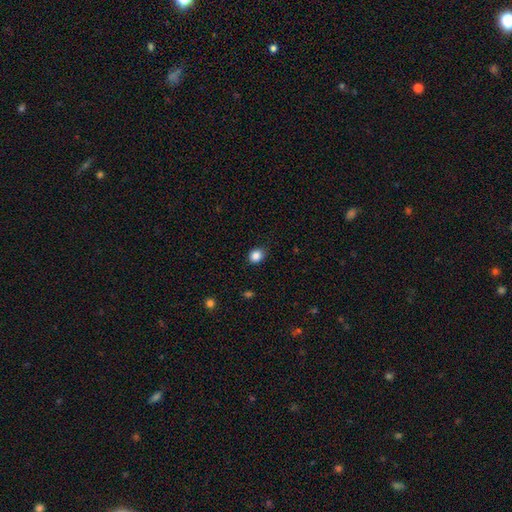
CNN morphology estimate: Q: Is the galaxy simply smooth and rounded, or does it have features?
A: smooth — 86%.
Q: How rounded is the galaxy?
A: round — 67%.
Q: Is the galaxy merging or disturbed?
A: none — 87%.